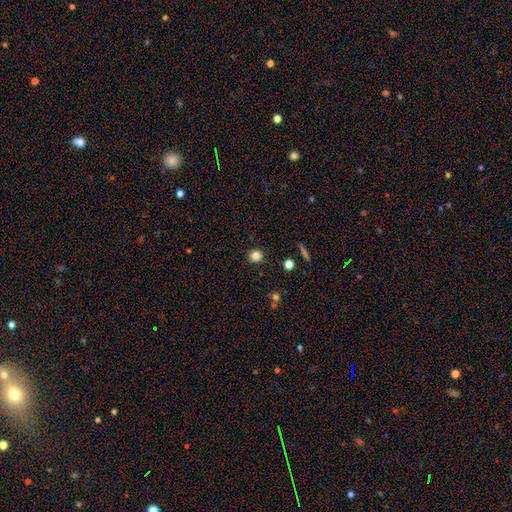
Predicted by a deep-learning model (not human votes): smooth-or-featured: smooth: 82% | star or artifact: 12% | featured or disk: 5%
  how-rounded: round: 91% | in between: 8% | cigar-shaped: 1%
  merging: none: 91% | minor disturbance: 6% | major disturbance: 2% | merger: 1%